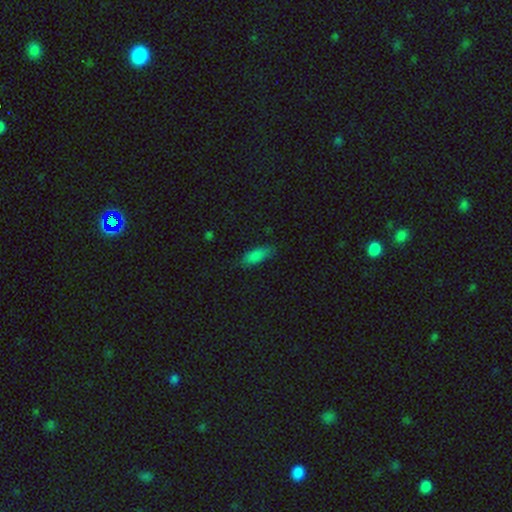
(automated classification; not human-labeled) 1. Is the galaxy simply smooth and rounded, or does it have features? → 84% smooth, 9% star or artifact, 7% featured or disk.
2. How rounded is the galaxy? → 75% in between, 23% cigar-shaped, 2% round.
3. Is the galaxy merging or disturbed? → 76% none, 19% minor disturbance, 4% major disturbance, 1% merger.